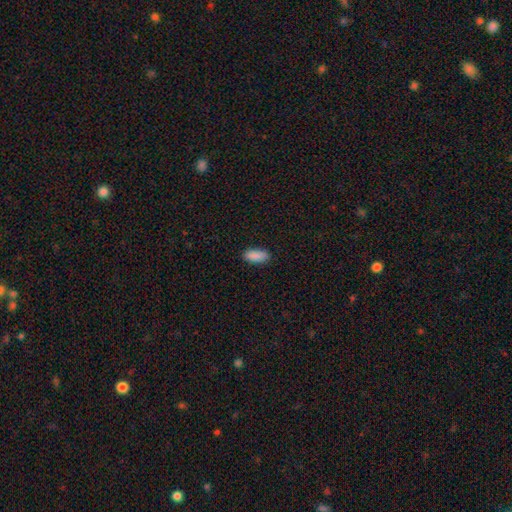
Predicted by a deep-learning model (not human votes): The model was most divided on "how rounded": in between: 83%, cigar-shaped: 15%, round: 2%. More confident: smooth or featured — smooth (89%); merging — none (87%).